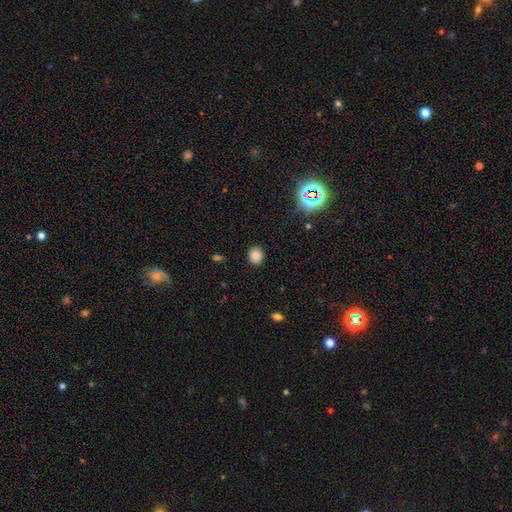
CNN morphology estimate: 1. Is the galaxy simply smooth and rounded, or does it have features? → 84% smooth, 13% star or artifact, 4% featured or disk.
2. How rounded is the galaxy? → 72% round, 27% in between, 1% cigar-shaped.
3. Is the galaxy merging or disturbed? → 89% none, 8% minor disturbance, 3% major disturbance, 1% merger.